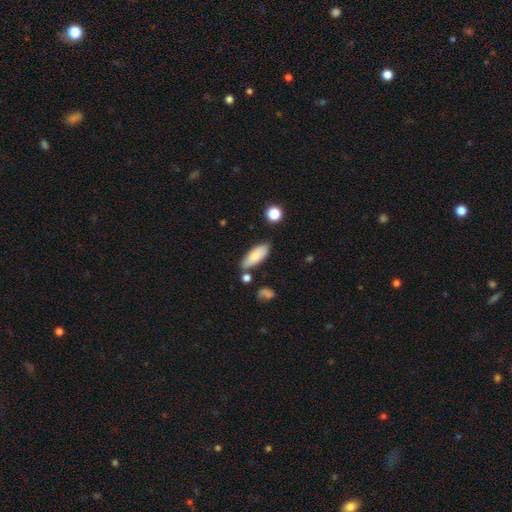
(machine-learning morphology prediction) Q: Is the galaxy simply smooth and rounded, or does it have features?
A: smooth — 78%.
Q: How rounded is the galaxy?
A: in between — 80%.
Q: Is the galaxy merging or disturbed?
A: none — 74%.